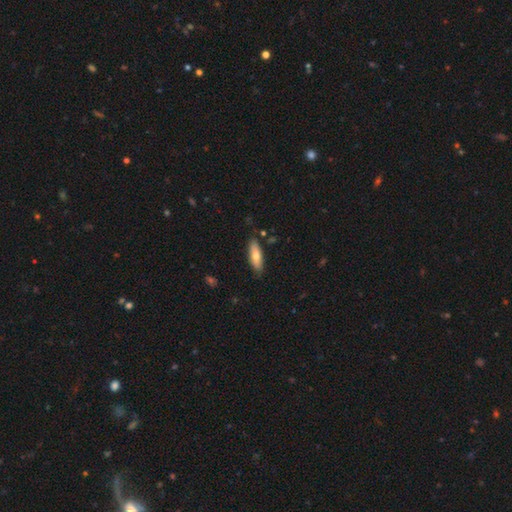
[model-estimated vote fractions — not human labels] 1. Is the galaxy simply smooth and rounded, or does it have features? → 69% smooth, 25% featured or disk, 6% star or artifact.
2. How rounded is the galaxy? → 55% in between, 43% cigar-shaped, 2% round.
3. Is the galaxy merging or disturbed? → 84% none, 12% minor disturbance, 2% major disturbance, 2% merger.